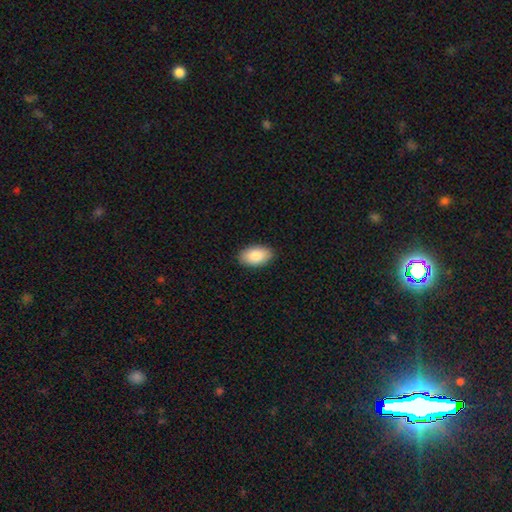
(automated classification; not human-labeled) This appears to be a smooth galaxy with no disk features (86%) that is in between round and cigar-shaped (95%). Merging: none (89%).